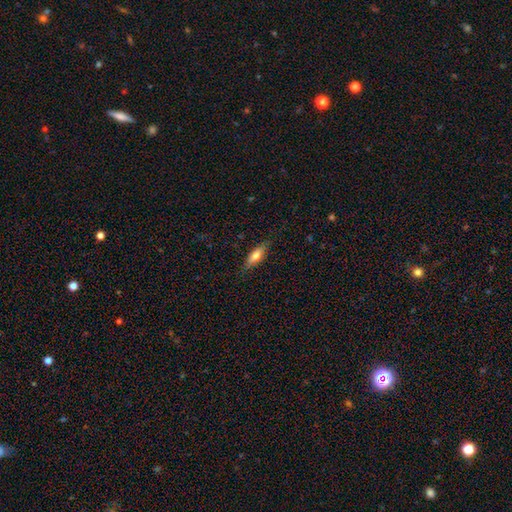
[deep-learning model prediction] This is likely a smooth galaxy (67%). How rounded: possibly in between (51%). Merging: clearly none (82%).